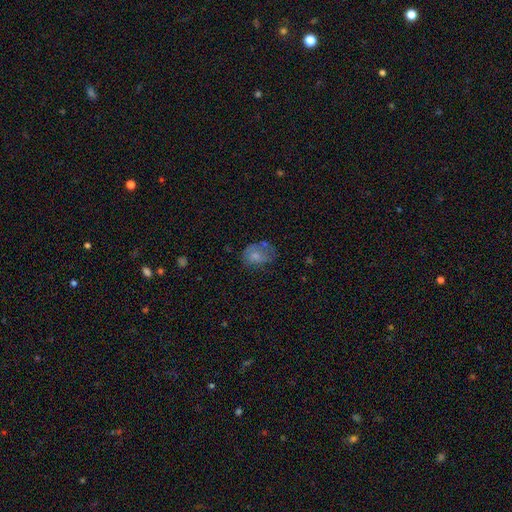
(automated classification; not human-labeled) Smooth or featured: smooth — 69% (featured or disk — 20%)
How rounded: in between — 57% (round — 42%)
Merging: none — 40% (minor disturbance — 30%)